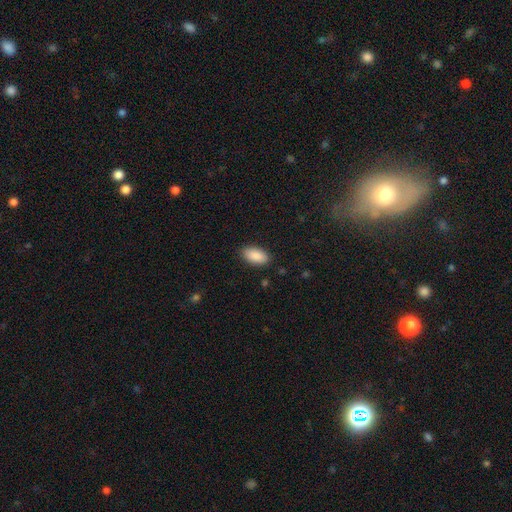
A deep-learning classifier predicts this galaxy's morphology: smooth_or_featured: smooth (p=0.90) [alt: star or artifact p=0.06]
how_rounded: in between (p=0.94) [alt: cigar-shaped p=0.03]
merging: none (p=0.87) [alt: minor disturbance p=0.09]